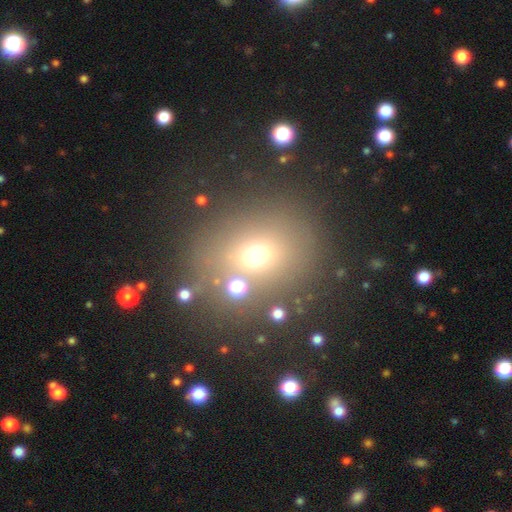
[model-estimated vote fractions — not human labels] A smooth galaxy with no disk features (62%) that is round (71%).

Vote fractions:
- Smooth or featured? smooth: 62% / star or artifact: 26% / featured or disk: 13%
- How rounded? round: 71% / in between: 27% / cigar-shaped: 1%
- Merging? none: 73% / minor disturbance: 11% / merger: 10% / major disturbance: 6%